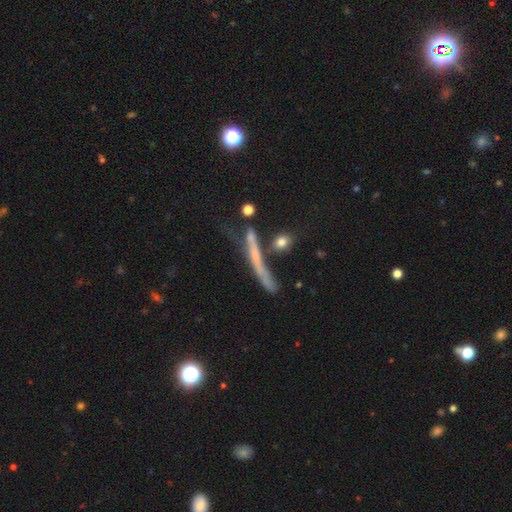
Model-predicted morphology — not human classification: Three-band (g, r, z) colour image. It shows a featured or disk galaxy (49%). Merging: none (50%).